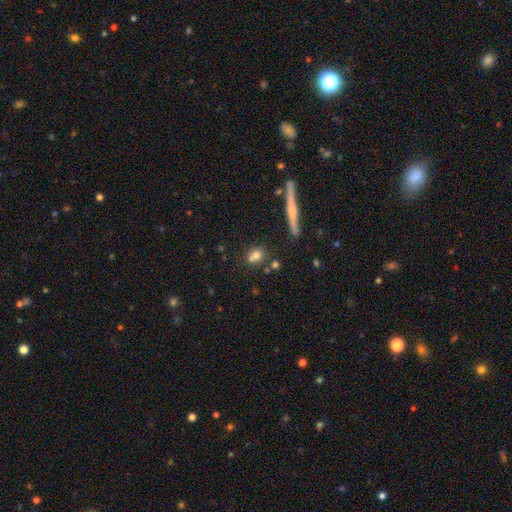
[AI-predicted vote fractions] This appears to be a smooth galaxy with no disk features (69%) that is round (69%). Merging: none (60%).